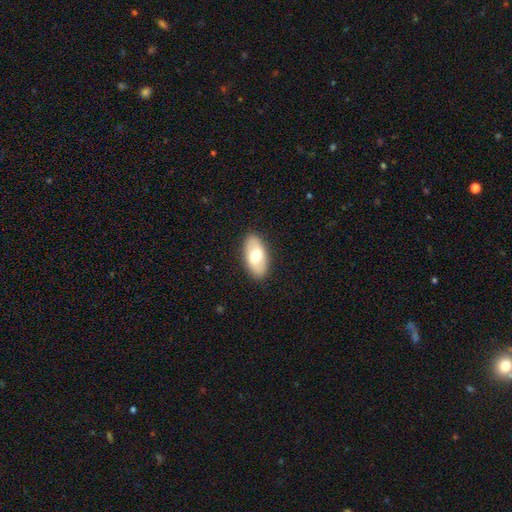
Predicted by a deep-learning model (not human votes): Morphology: type=smooth (62%); roundness=in between (93%); merging=none (88%).